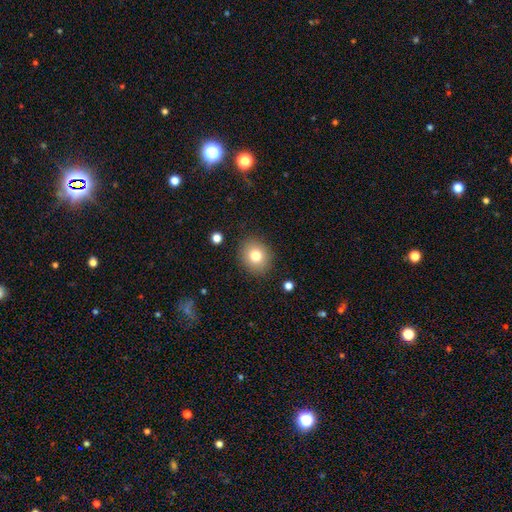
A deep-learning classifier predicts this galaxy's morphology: The model was most divided on "how rounded": round: 72%, in between: 27%, cigar-shaped: 1%. More confident: merging — none (87%); smooth or featured — smooth (79%).